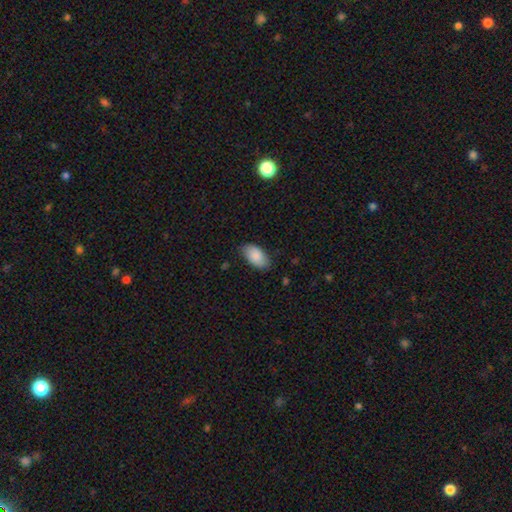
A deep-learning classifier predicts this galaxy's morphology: smooth-or-featured: smooth: 87% | featured or disk: 7% | star or artifact: 6%
  how-rounded: in between: 95% | round: 3% | cigar-shaped: 2%
  merging: none: 79% | minor disturbance: 17% | major disturbance: 3% | merger: 1%